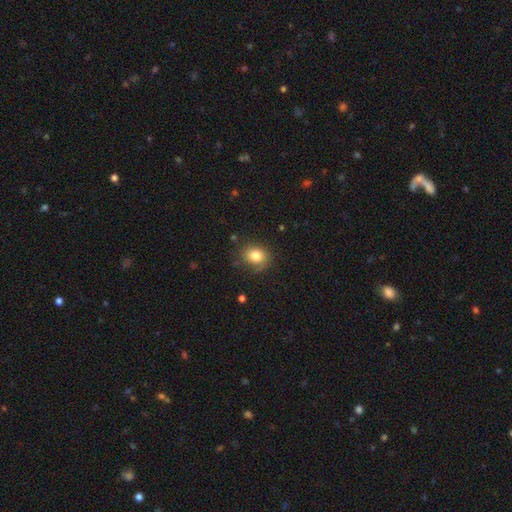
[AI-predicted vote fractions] Overall: smooth (81%). How rounded: round (55%; in between 44%). Merging: none (77%).